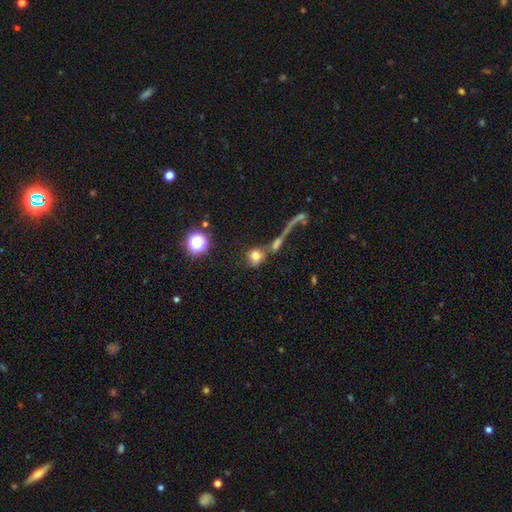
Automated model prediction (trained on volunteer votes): smooth_or_featured: smooth (p=0.69) [alt: featured or disk p=0.16]
how_rounded: round (p=0.70) [alt: in between p=0.26]
merging: none (p=0.41) [alt: merger p=0.38]